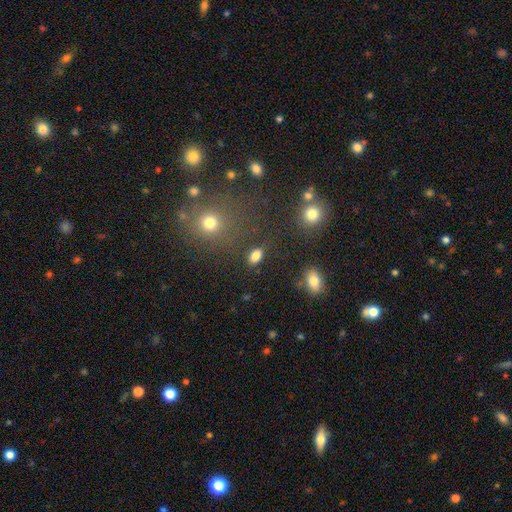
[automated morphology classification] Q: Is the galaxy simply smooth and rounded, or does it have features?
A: smooth — 83%.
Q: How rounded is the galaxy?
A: in between — 87%.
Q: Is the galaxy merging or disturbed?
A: none — 82%.